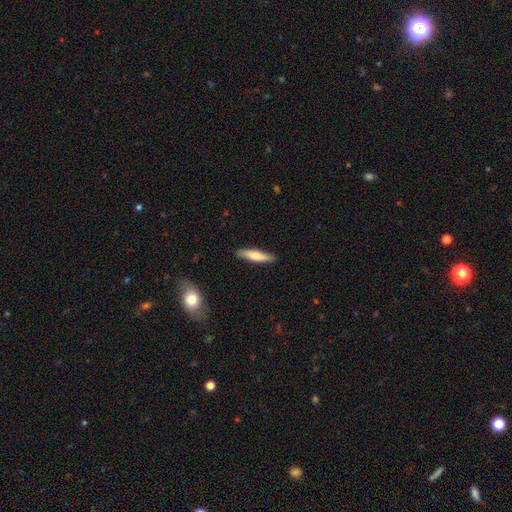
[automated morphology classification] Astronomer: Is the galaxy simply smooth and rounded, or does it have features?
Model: smooth — 72%.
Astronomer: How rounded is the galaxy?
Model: cigar-shaped — 80%.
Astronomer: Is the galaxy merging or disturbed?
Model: none — 88%.